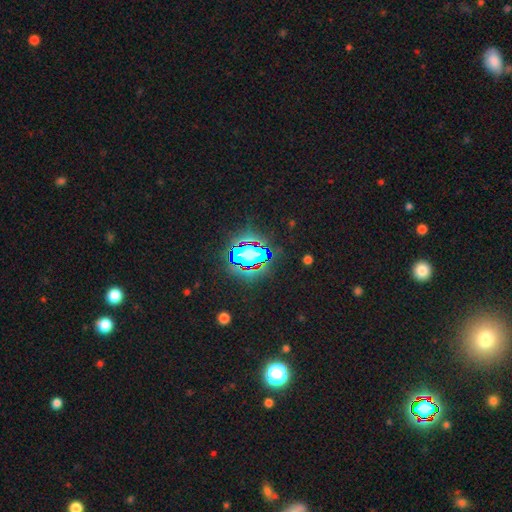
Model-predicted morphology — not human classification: Smooth or featured?
  - star or artifact: 80% *
  - smooth: 12%
  - featured or disk: 8%